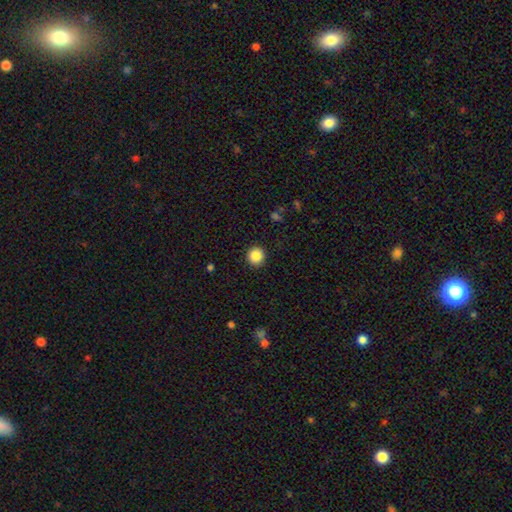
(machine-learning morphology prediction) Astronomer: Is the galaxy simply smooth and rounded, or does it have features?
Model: smooth — 87%.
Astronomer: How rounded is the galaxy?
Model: round — 94%.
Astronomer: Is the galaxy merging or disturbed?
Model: none — 93%.